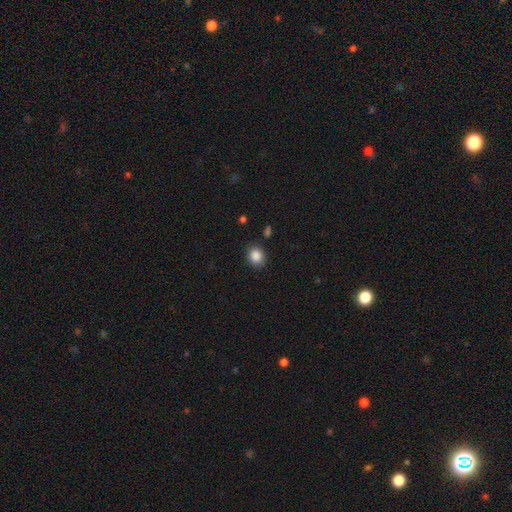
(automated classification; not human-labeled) smooth_or_featured: smooth (p=0.87) [alt: star or artifact p=0.09]
how_rounded: round (p=0.62) [alt: in between p=0.37]
merging: none (p=0.84) [alt: minor disturbance p=0.11]